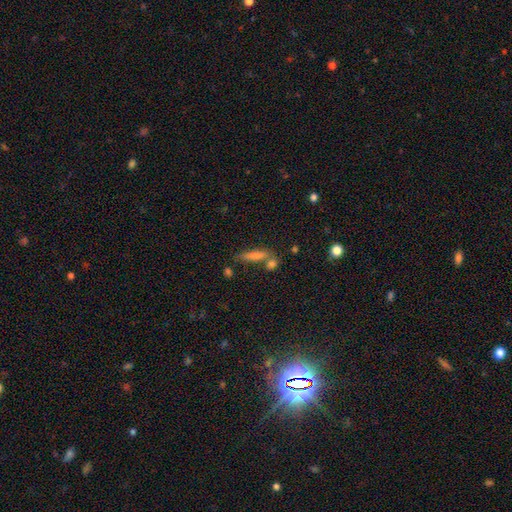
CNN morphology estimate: This is likely a smooth galaxy (64%). How rounded: likely cigar-shaped (77%). Merging: likely none (62%).